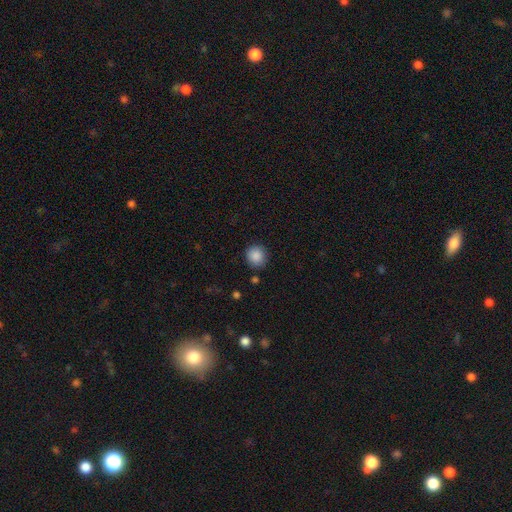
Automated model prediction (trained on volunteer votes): This is clearly a smooth galaxy (88%). How rounded: clearly round (88%). Merging: clearly none (86%).